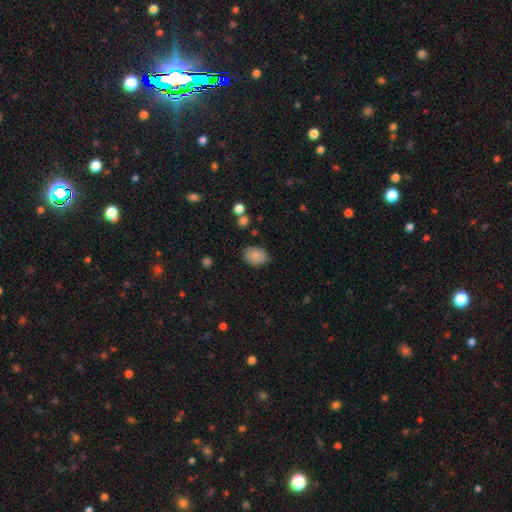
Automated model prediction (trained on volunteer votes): A smooth galaxy with no disk features (85%) that is in between round and cigar-shaped (71%).

Vote fractions:
- Smooth or featured? smooth: 85% / star or artifact: 8% / featured or disk: 7%
- How rounded? in between: 71% / round: 28% / cigar-shaped: 1%
- Merging? none: 76% / minor disturbance: 17% / major disturbance: 4% / merger: 3%